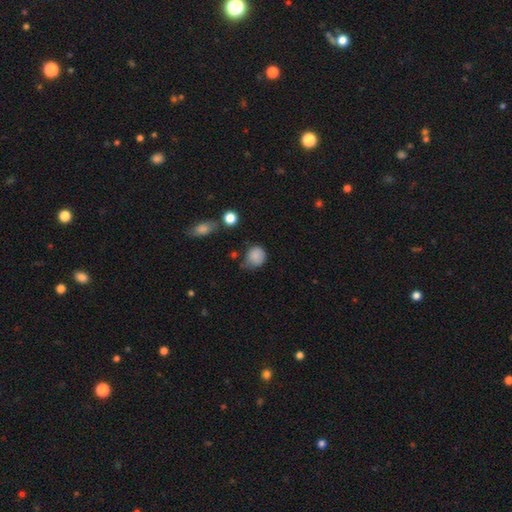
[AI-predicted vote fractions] Morphology: type=smooth (83%); roundness=round (71%); merging=none (45%).